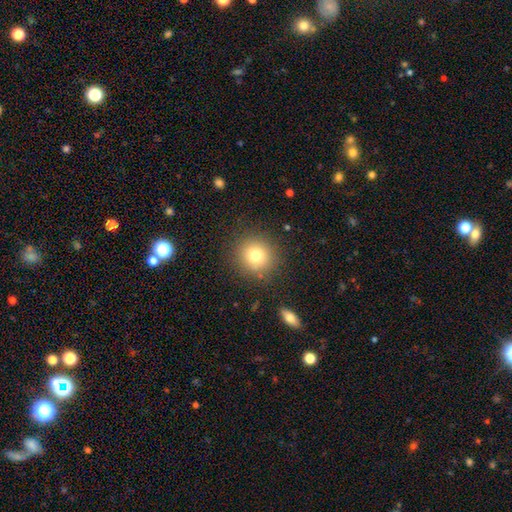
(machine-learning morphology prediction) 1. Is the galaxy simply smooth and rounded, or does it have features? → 77% smooth, 13% star or artifact, 10% featured or disk.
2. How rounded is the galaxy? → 91% round, 8% in between, 1% cigar-shaped.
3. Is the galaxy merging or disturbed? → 87% none, 8% minor disturbance, 3% major disturbance, 2% merger.